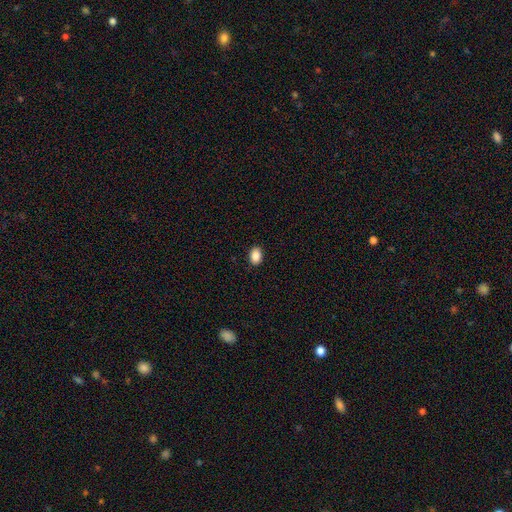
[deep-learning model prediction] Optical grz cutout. It shows a smooth galaxy with no disk features (89%) that is in between round and cigar-shaped (83%). Merging: none (90%).